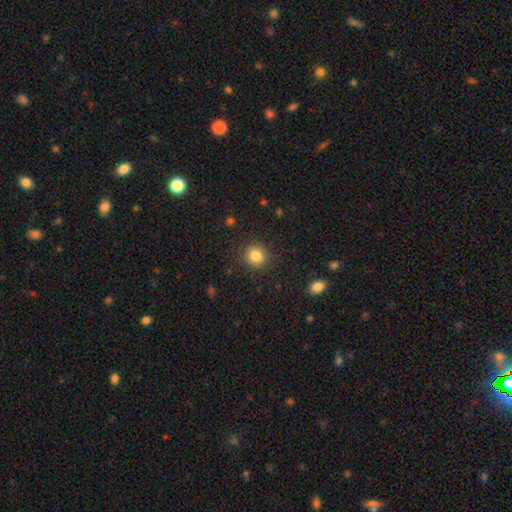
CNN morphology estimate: smooth 84%, star or artifact 11%, featured or disk 5%. Down the decision tree: how rounded — round (90%); merging — none (90%).